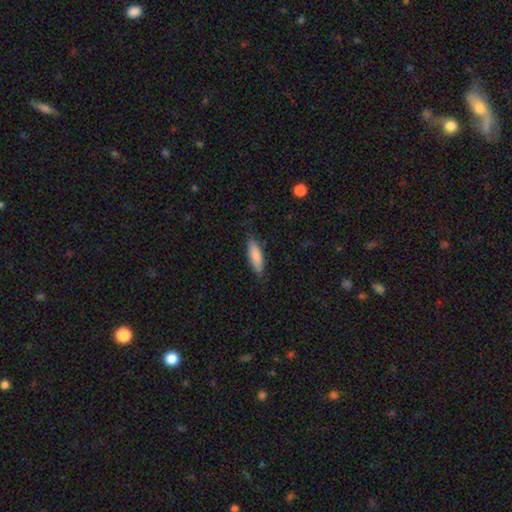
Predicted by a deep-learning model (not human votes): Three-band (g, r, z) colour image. It shows a smooth galaxy with no disk features (86%) that is in between round and cigar-shaped (51%). Merging: none (81%).